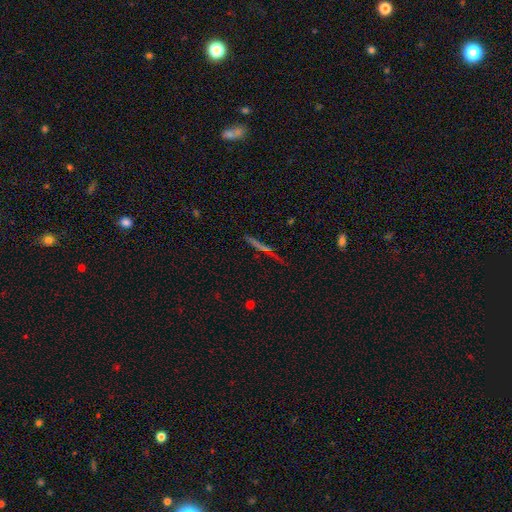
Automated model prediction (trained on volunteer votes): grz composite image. It shows a smooth galaxy with no disk features (38%). Merging: none (77%).